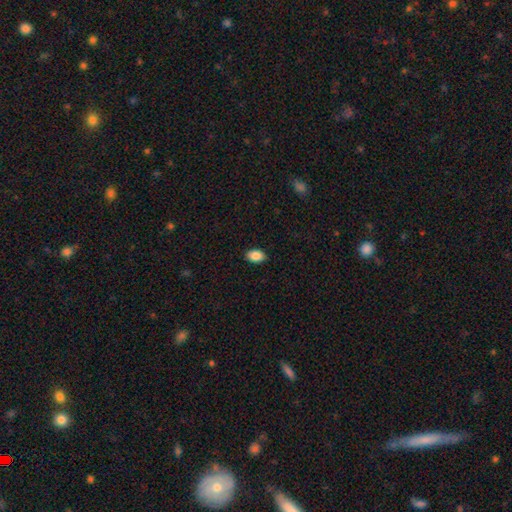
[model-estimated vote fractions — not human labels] This appears to be a smooth galaxy with no disk features (87%) that is in between round and cigar-shaped (86%). Merging: none (89%).